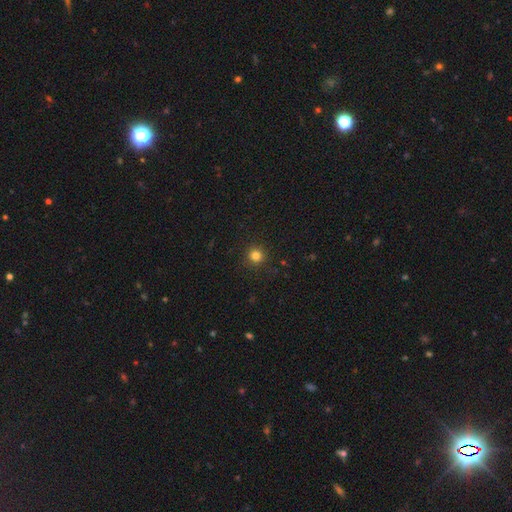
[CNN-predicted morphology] Overall: smooth (81%). How rounded: round (95%). Merging: none (91%).